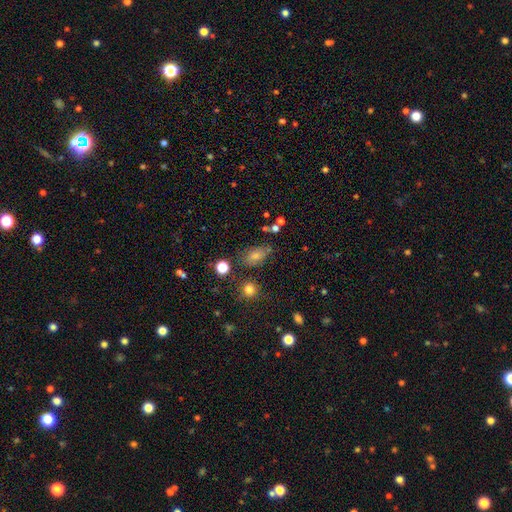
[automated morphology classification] type=smooth (71%); roundness=in between (81%); merging=none (63%).